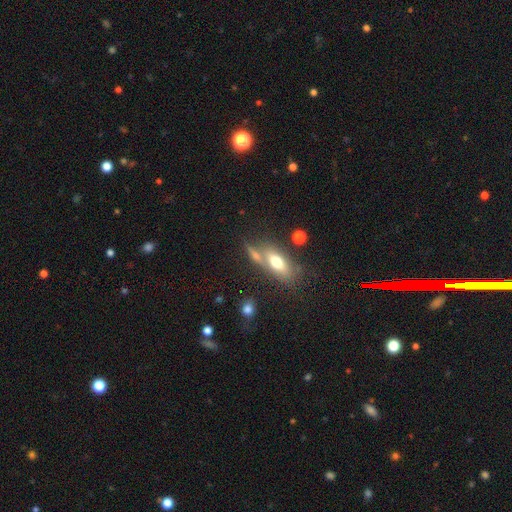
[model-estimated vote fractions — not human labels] smooth-or-featured: smooth: 56% | featured or disk: 33% | star or artifact: 11%
  how-rounded: in between: 61% | cigar-shaped: 32% | round: 7%
  merging: none: 53% | merger: 28% | minor disturbance: 13% | major disturbance: 6%